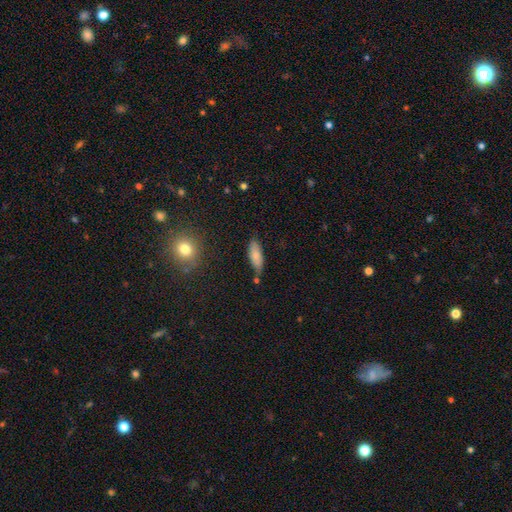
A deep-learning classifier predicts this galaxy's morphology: type=smooth (77%); roundness=in between (69%); merging=none (64%).